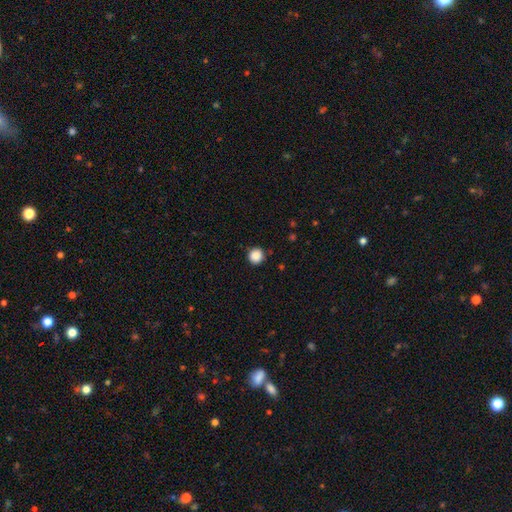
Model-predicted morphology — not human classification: Overall: smooth (87%). How rounded: round (94%). Merging: none (90%).